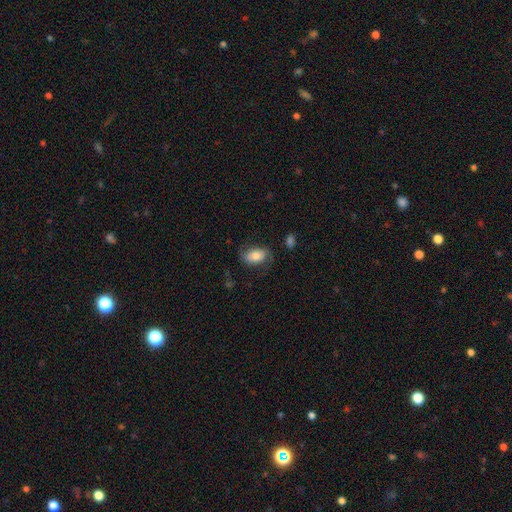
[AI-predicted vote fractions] Q: Smooth or featured?
A: smooth (62%); runner-up: featured or disk (30%)
Q: How rounded?
A: in between (86%); runner-up: round (13%)
Q: Merging?
A: none (65%); runner-up: minor disturbance (21%)